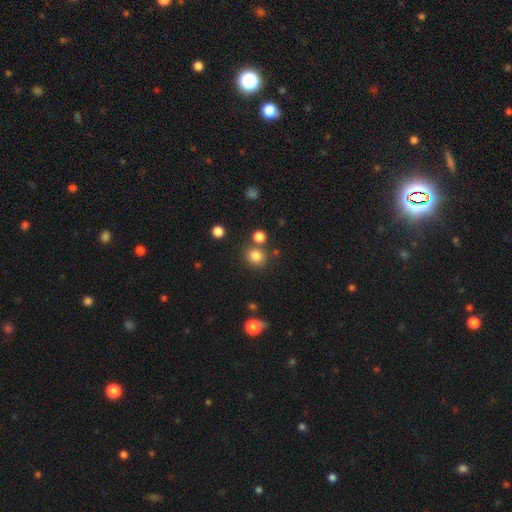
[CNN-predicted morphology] Q: Smooth or featured?
A: smooth (81%); runner-up: star or artifact (13%)
Q: How rounded?
A: round (81%); runner-up: in between (18%)
Q: Merging?
A: none (75%); runner-up: merger (13%)